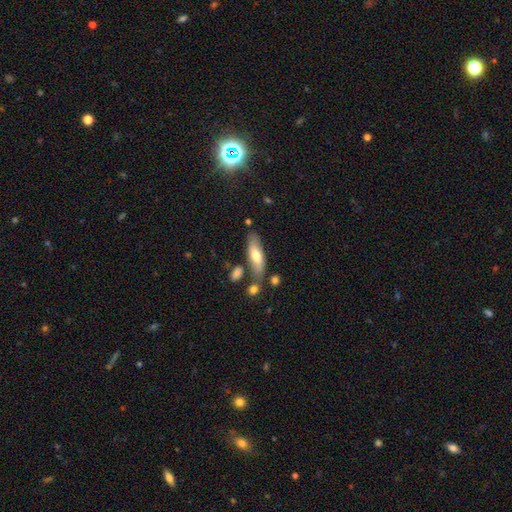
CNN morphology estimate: type=smooth (63%); roundness=in between (55%); merging=none (72%).